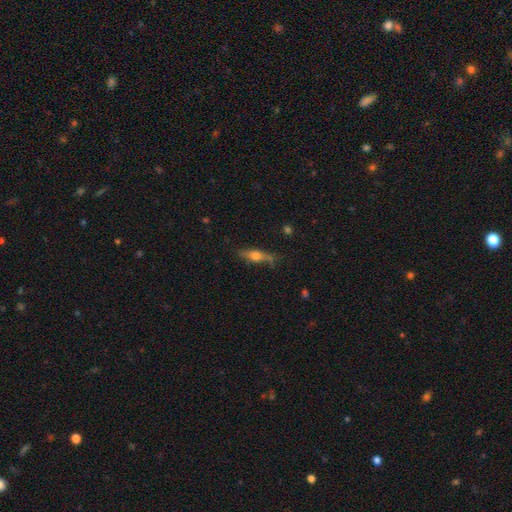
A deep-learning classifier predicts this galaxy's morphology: This is possibly a smooth galaxy (49%). Merging: likely none (69%).